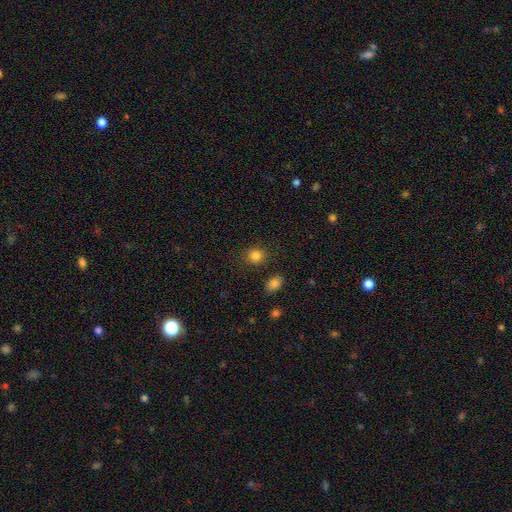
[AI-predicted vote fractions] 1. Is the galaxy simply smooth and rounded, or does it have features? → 83% smooth, 12% star or artifact, 5% featured or disk.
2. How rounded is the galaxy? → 79% round, 20% in between, 1% cigar-shaped.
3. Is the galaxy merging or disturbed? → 84% none, 9% minor disturbance, 3% merger, 3% major disturbance.